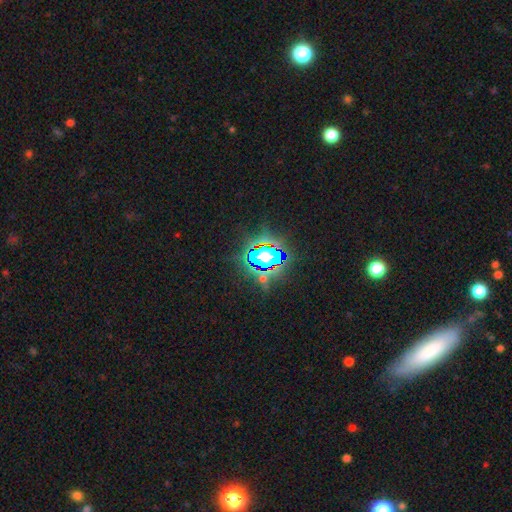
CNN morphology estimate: smooth-or-featured: star or artifact: 80% | smooth: 12% | featured or disk: 9%